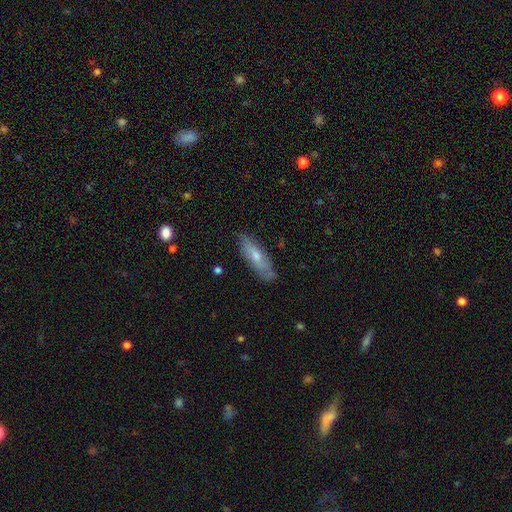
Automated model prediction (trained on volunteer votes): Q: Smooth or featured?
A: smooth (51%); runner-up: featured or disk (42%)
Q: How rounded?
A: cigar-shaped (59%); runner-up: in between (38%)
Q: Merging?
A: none (80%); runner-up: minor disturbance (15%)